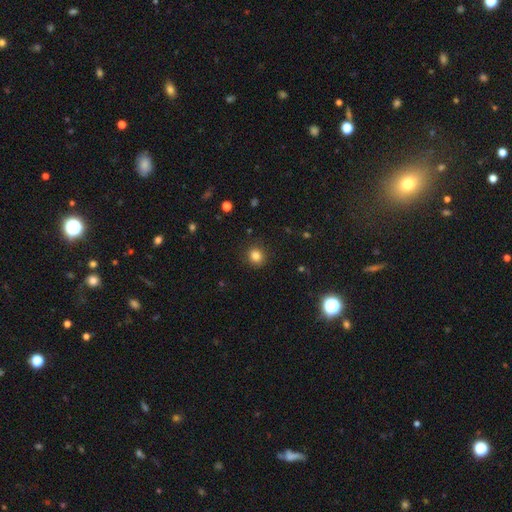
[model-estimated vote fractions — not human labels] This appears to be a smooth galaxy with no disk features (83%) that is round (86%). Merging: none (89%).